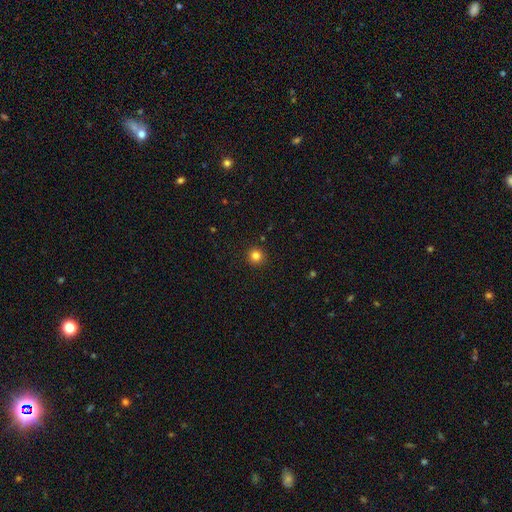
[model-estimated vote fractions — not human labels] Morphology: type=smooth (82%); roundness=round (95%); merging=none (92%).